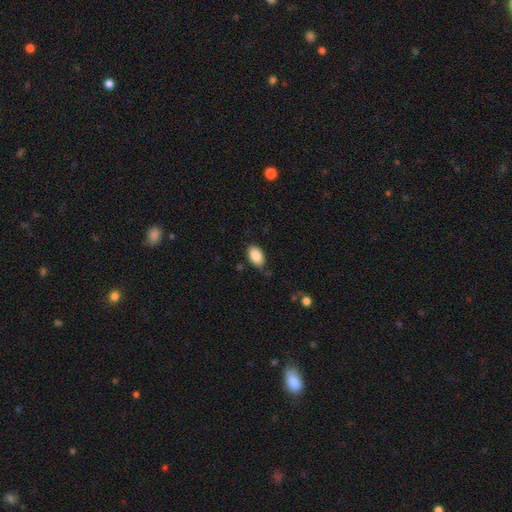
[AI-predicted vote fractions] A smooth galaxy with no disk features (87%) that is in between round and cigar-shaped (93%).

Vote fractions:
- Smooth or featured? smooth: 87% / star or artifact: 7% / featured or disk: 6%
- How rounded? in between: 93% / round: 6% / cigar-shaped: 1%
- Merging? none: 78% / minor disturbance: 17% / major disturbance: 3% / merger: 2%